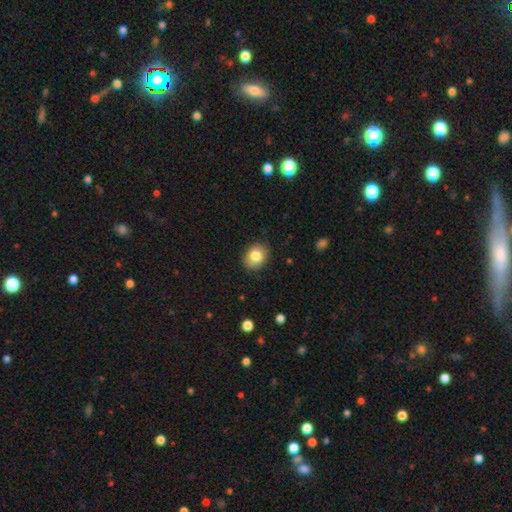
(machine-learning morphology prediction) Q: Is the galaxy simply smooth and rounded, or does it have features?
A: smooth — 83%.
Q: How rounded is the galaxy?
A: in between — 57%.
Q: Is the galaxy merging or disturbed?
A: none — 87%.